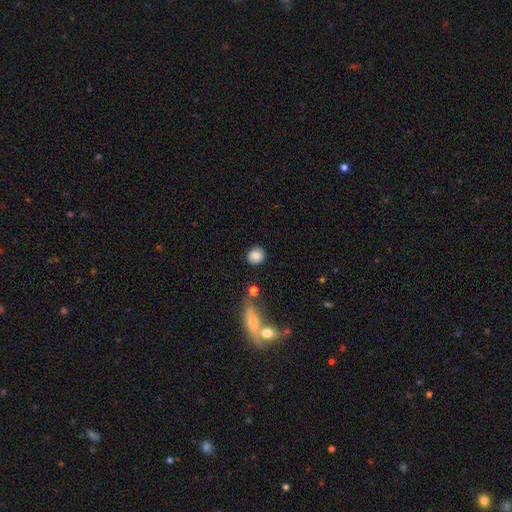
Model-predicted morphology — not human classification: The model was most divided on "how rounded": round: 80%, in between: 18%, cigar-shaped: 1%. More confident: smooth or featured — smooth (83%); merging — none (79%).